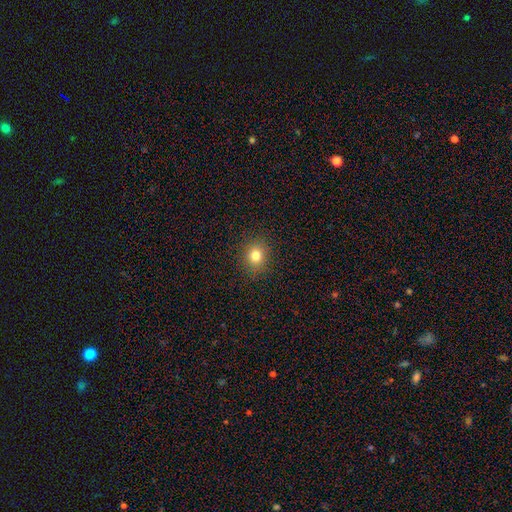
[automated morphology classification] Smooth or featured? Predicted: smooth (p=0.80). How rounded? Predicted: round (p=0.68). Merging? Predicted: none (p=0.89).